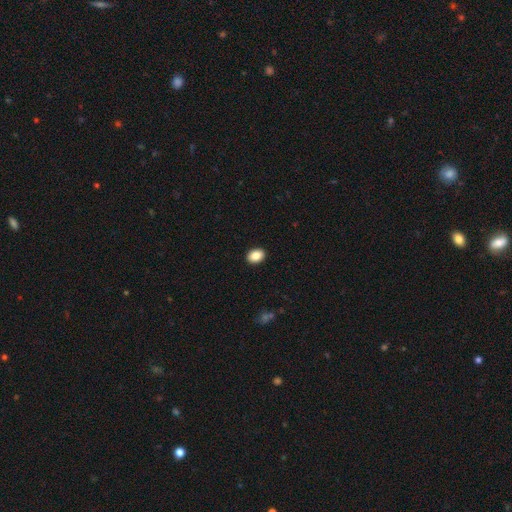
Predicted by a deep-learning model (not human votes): smooth_or_featured: smooth (p=0.88) [alt: star or artifact p=0.08]
how_rounded: in between (p=0.73) [alt: round p=0.26]
merging: none (p=0.92) [alt: minor disturbance p=0.06]